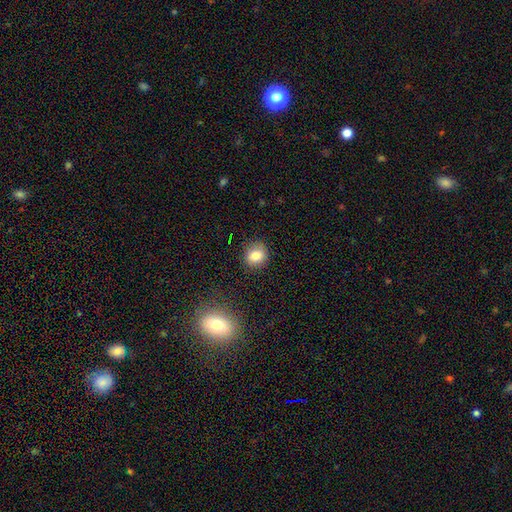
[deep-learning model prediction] The model was most divided on "how rounded": round: 76%, in between: 23%, cigar-shaped: 1%. More confident: merging — none (86%); smooth or featured — smooth (80%).